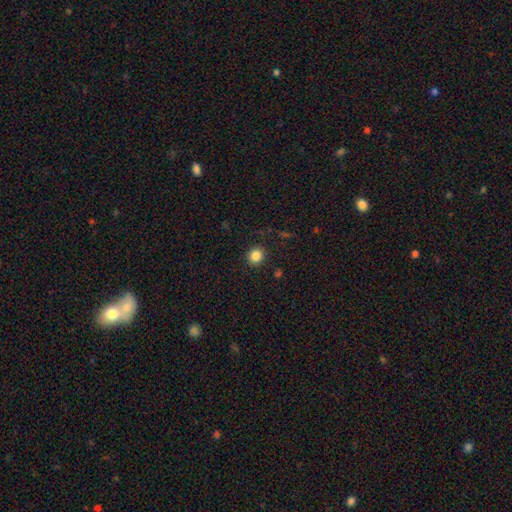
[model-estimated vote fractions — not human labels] Overall: smooth (85%). How rounded: round (85%). Merging: none (90%).